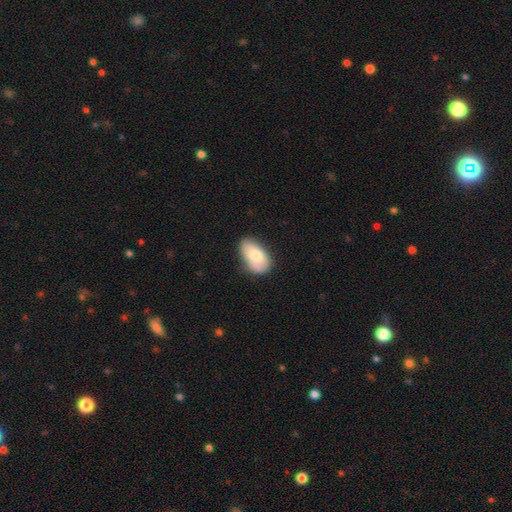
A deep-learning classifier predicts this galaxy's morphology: This appears to be a smooth galaxy with no disk features (76%) that is in between round and cigar-shaped (93%). Merging: none (65%).